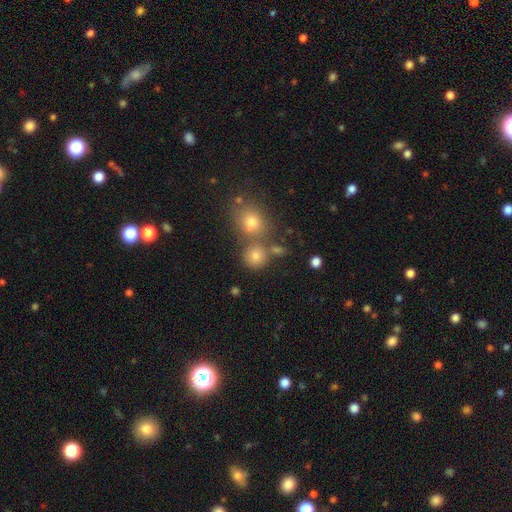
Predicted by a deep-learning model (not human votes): The model was most divided on "merging": none: 59%, merger: 27%, minor disturbance: 10%, major disturbance: 4%. More confident: how rounded — round (84%); smooth or featured — smooth (77%).